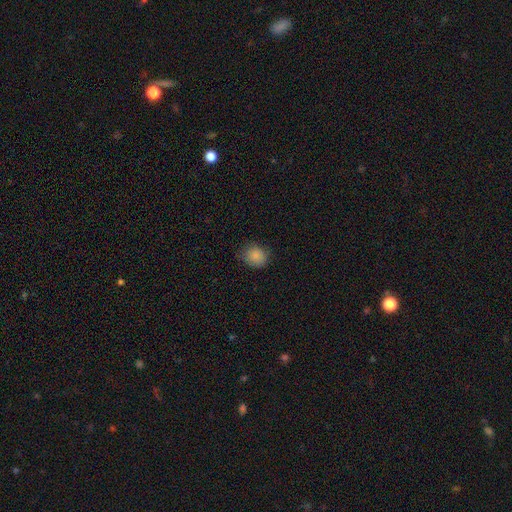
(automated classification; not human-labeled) The model was most divided on "how rounded": round: 64%, in between: 35%, cigar-shaped: 1%. More confident: smooth or featured — smooth (86%); merging — none (72%).